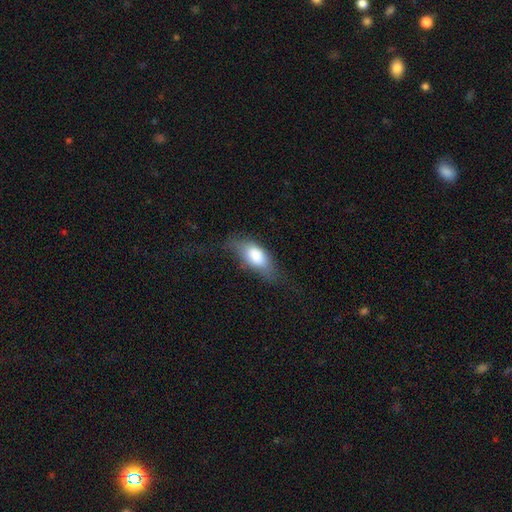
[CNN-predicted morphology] Smooth or featured: smooth — 75% (featured or disk — 18%)
How rounded: in between — 85% (cigar-shaped — 11%)
Merging: none — 48% (minor disturbance — 30%)